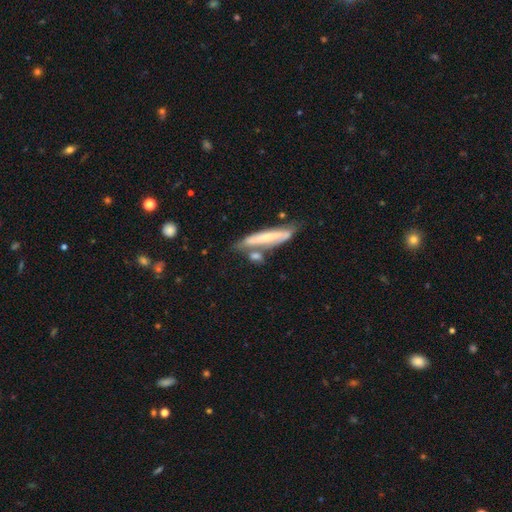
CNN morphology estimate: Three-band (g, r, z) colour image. It shows a smooth galaxy with no disk features (60%) that is cigar-shaped (60%). Merging: none (43%).